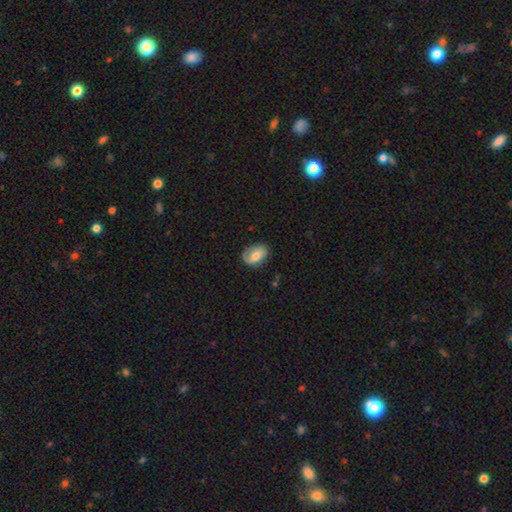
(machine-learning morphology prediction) Overall: smooth (64%; featured or disk 29%). How rounded: in between (81%). Merging: none (70%).